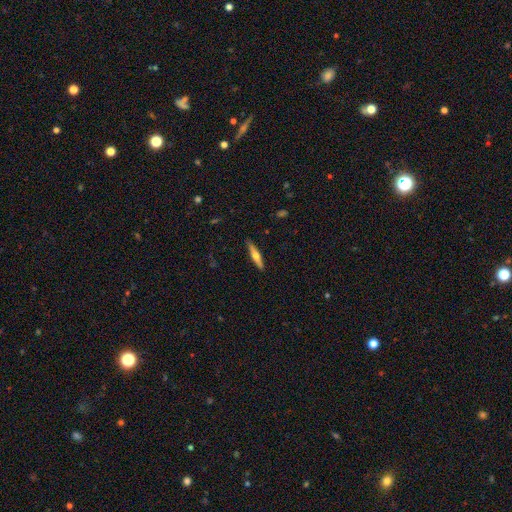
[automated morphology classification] smooth-or-featured: featured or disk: 54% | smooth: 40% | star or artifact: 6%
  disk-edge-on: yes: 95% | no: 5%
    edge-on-bulge: rounded: 90% | none: 6% | boxy: 4%
  merging: none: 89% | minor disturbance: 8% | major disturbance: 2% | merger: 1%